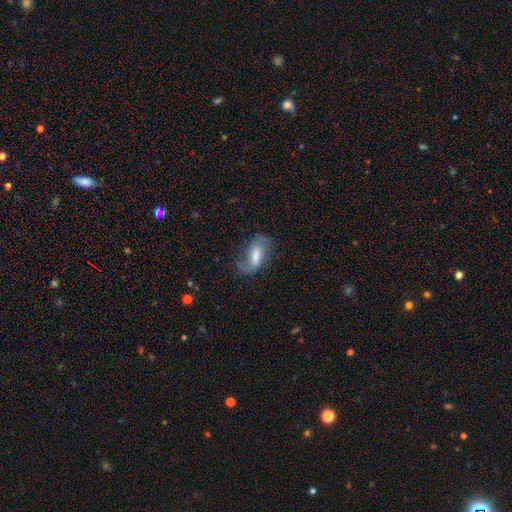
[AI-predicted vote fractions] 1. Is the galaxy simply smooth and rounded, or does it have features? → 58% featured or disk, 34% smooth, 9% star or artifact.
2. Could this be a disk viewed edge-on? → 92% no, 8% yes.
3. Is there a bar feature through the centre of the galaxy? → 45% weak, 32% strong, 23% no.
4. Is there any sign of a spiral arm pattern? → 84% yes, 16% no.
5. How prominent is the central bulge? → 41% moderate, 22% small, 21% large, 14% none, 3% dominant.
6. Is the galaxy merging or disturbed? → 59% none, 24% minor disturbance, 15% major disturbance, 2% merger.